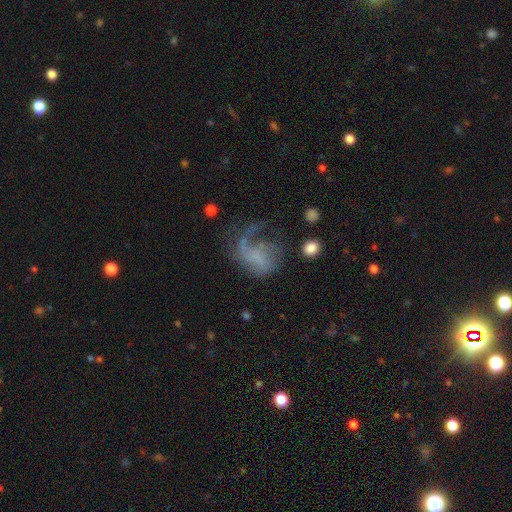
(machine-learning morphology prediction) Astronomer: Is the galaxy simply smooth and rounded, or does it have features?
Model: featured or disk — 58%.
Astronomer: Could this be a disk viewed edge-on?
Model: no — 98%.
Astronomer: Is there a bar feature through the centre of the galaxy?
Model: no — 74%.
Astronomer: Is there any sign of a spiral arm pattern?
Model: yes — 63%.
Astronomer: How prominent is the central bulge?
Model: none — 73%.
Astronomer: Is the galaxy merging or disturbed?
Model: major disturbance — 51% (runner-up: none, 27%).